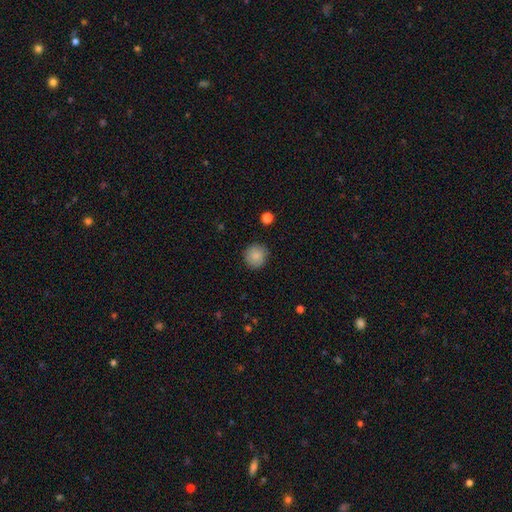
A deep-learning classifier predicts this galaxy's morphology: Smooth or featured?
  - smooth: 87% *
  - star or artifact: 8%
  - featured or disk: 5%
How rounded?
  - round: 93% *
  - in between: 6%
  - cigar-shaped: 1%
Merging?
  - none: 88% *
  - minor disturbance: 8%
  - major disturbance: 2%
  - merger: 1%